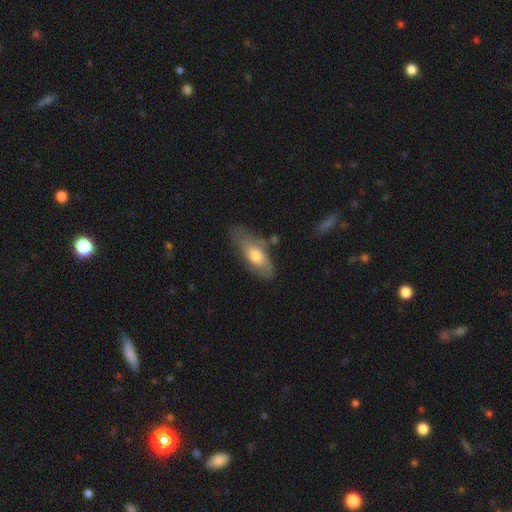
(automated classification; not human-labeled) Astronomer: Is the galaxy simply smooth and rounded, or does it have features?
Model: smooth — 62%.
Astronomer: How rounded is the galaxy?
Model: in between — 78%.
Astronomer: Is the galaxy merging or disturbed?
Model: none — 58%.